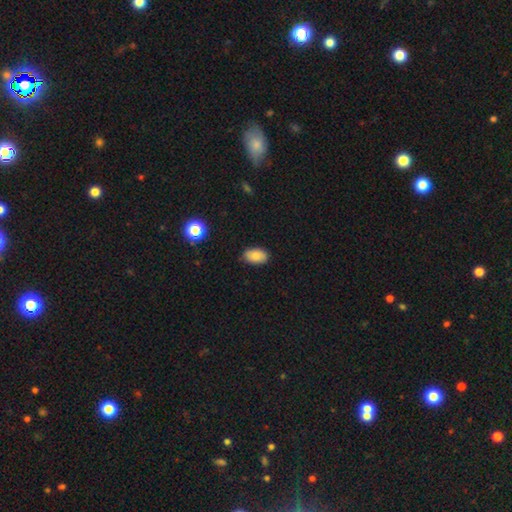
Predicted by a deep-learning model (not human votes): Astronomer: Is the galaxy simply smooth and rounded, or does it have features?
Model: smooth — 84%.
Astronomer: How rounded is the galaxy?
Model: in between — 91%.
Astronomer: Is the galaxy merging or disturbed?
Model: none — 84%.